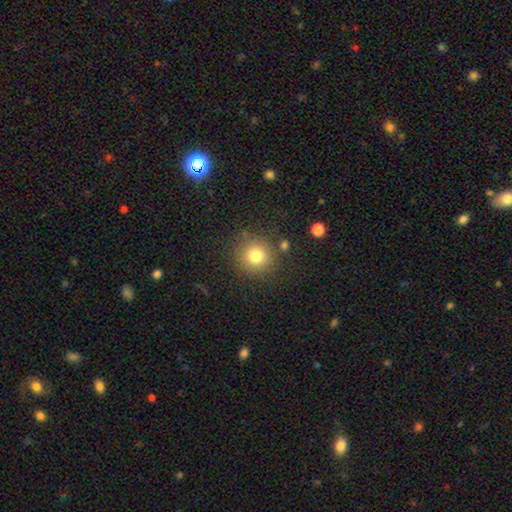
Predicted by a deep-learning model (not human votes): smooth_or_featured: smooth (p=0.79) [alt: star or artifact p=0.13]
how_rounded: round (p=0.93) [alt: in between p=0.06]
merging: none (p=0.85) [alt: minor disturbance p=0.08]